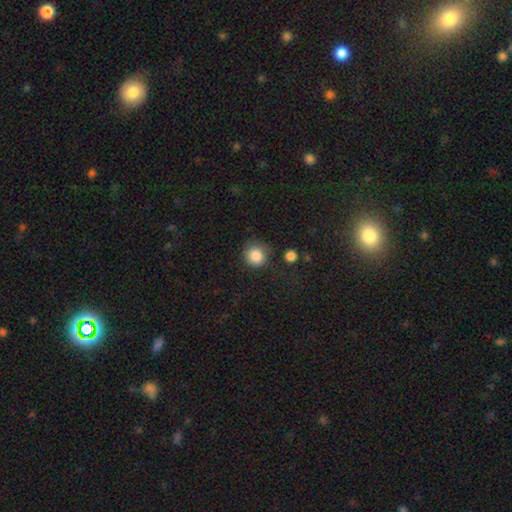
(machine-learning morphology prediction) The model was most divided on "merging": none: 69%, minor disturbance: 20%, major disturbance: 8%, merger: 4%. More confident: how rounded — round (91%); smooth or featured — smooth (85%).